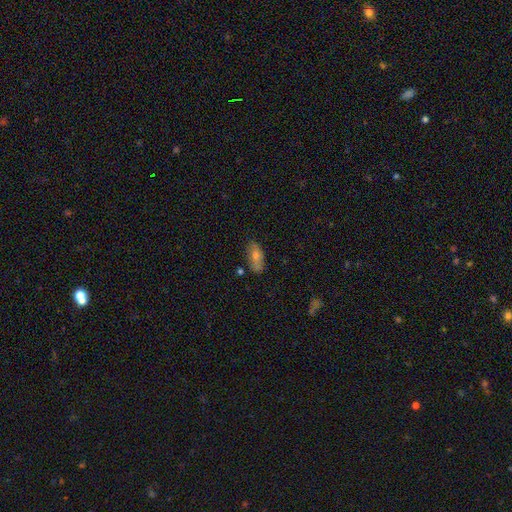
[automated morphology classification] Smooth or featured: smooth — 59% (featured or disk — 31%)
How rounded: in between — 83% (cigar-shaped — 12%)
Merging: none — 75% (minor disturbance — 18%)